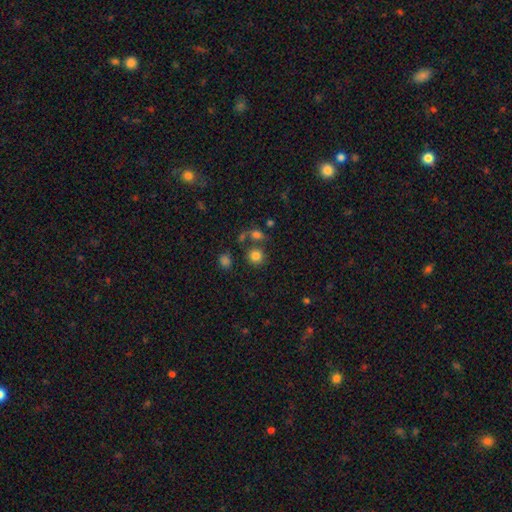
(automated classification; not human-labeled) smooth-or-featured: smooth: 81% | star or artifact: 12% | featured or disk: 7%
  how-rounded: round: 88% | in between: 11% | cigar-shaped: 1%
  merging: none: 72% | merger: 14% | minor disturbance: 9% | major disturbance: 5%